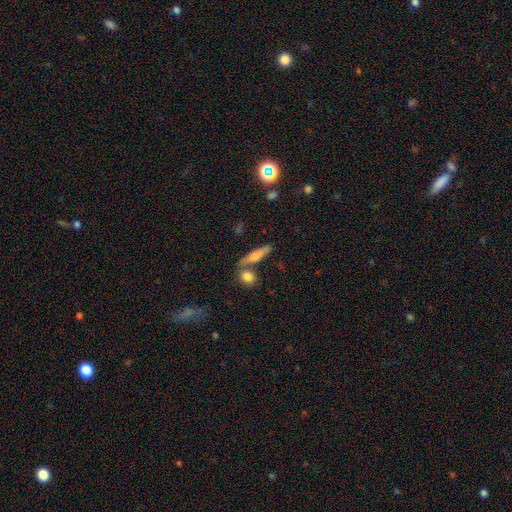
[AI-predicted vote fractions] smooth-or-featured: smooth: 58% | featured or disk: 34% | star or artifact: 8%
  how-rounded: cigar-shaped: 73% | in between: 23% | round: 4%
  merging: none: 66% | merger: 19% | minor disturbance: 11% | major disturbance: 4%